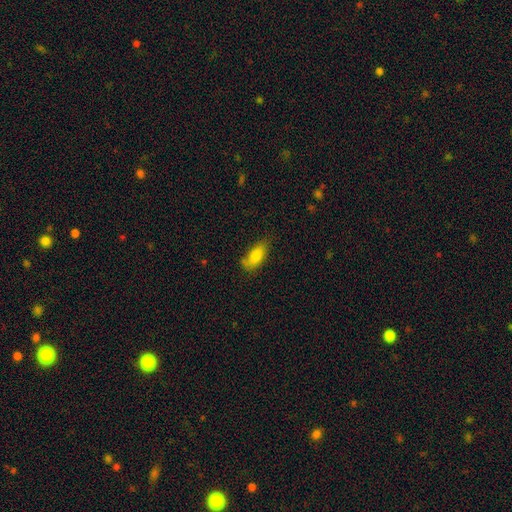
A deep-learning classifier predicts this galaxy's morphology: This appears to be a smooth galaxy with no disk features (80%) that is in between round and cigar-shaped (83%). Merging: none (64%).